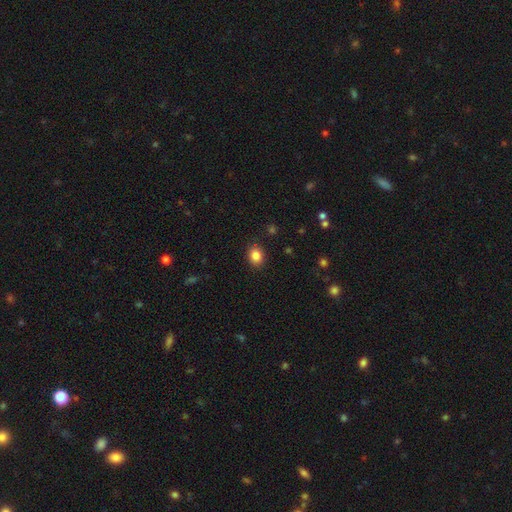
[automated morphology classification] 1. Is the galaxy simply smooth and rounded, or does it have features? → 85% smooth, 10% star or artifact, 4% featured or disk.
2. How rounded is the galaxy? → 57% round, 42% in between, 1% cigar-shaped.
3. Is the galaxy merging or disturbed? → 89% none, 8% minor disturbance, 2% major disturbance, 1% merger.